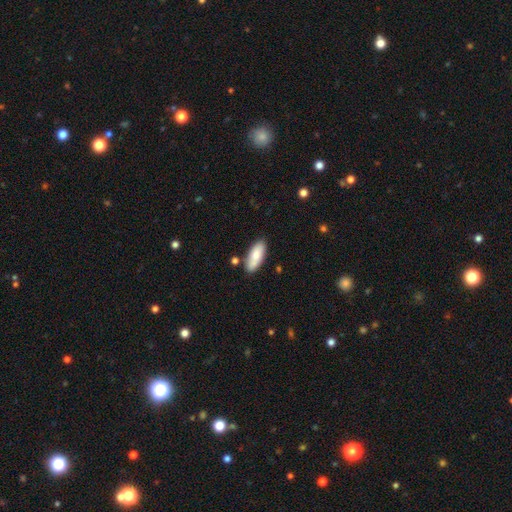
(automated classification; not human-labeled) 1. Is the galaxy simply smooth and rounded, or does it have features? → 80% smooth, 13% featured or disk, 6% star or artifact.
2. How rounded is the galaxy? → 78% in between, 21% cigar-shaped, 2% round.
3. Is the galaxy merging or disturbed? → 80% none, 13% minor disturbance, 5% merger, 2% major disturbance.